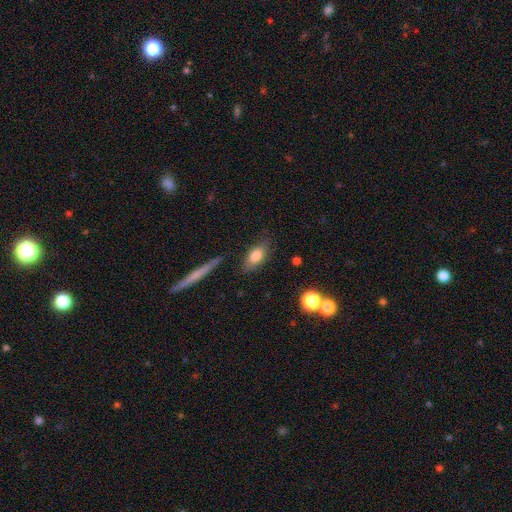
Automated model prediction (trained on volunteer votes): smooth-or-featured: smooth: 79% | featured or disk: 13% | star or artifact: 8%
  how-rounded: in between: 83% | cigar-shaped: 10% | round: 8%
  merging: none: 76% | minor disturbance: 16% | major disturbance: 4% | merger: 3%